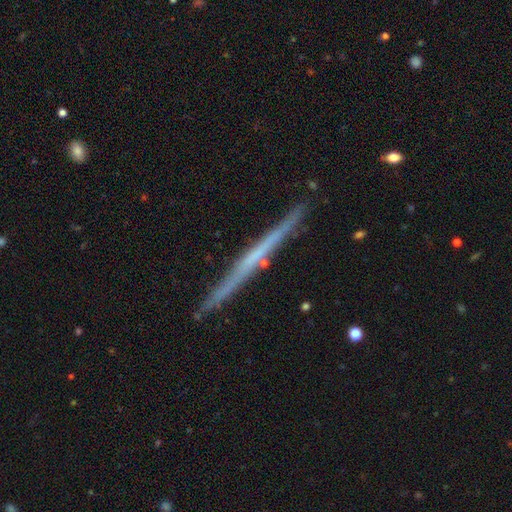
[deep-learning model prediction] A featured or disk galaxy (66%) viewed edge-on (98%) with no central bulge (87%). Merging: none (90%).